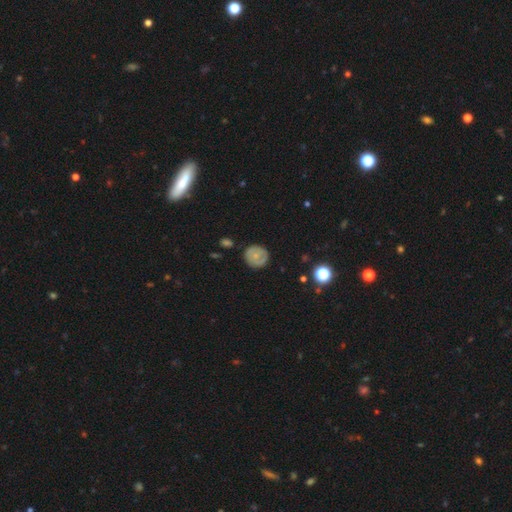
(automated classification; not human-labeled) smooth 56%, featured or disk 36%, star or artifact 8%. Down the decision tree: how rounded — round (89%); merging — none (79%).